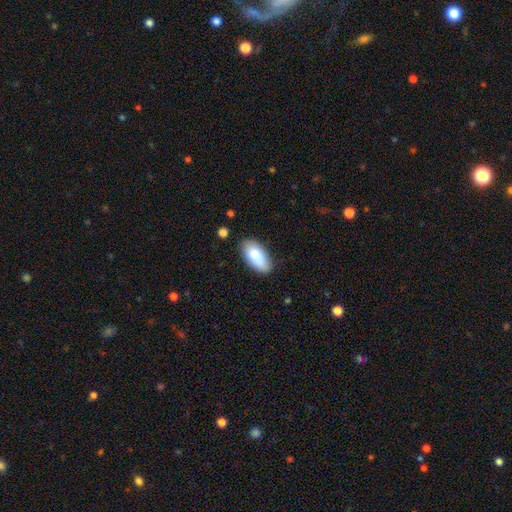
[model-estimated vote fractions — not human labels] Overall: smooth (81%). How rounded: in between (93%). Merging: none (78%).